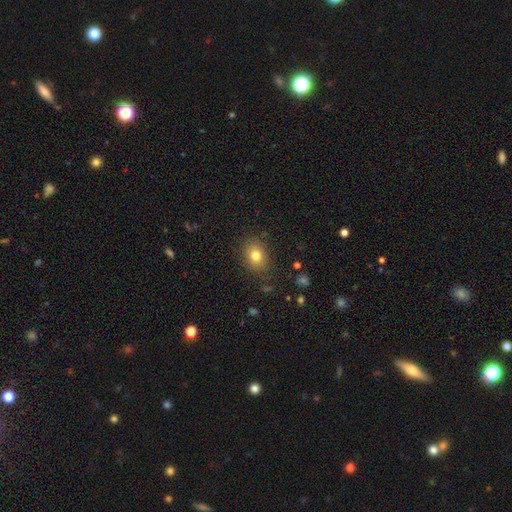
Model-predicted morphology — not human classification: A smooth galaxy with no disk features (79%) that is in between round and cigar-shaped (61%). Merging: none (84%).